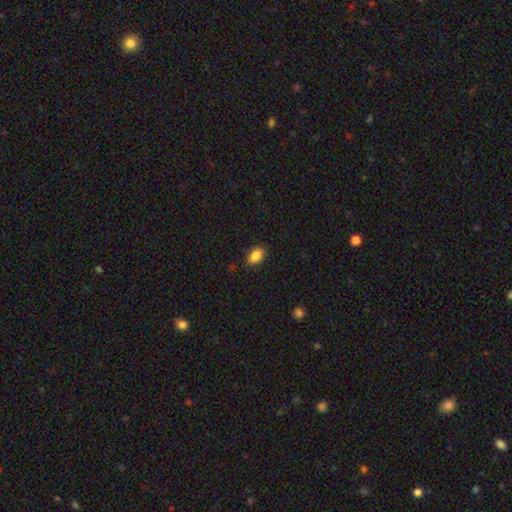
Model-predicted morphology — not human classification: smooth 87%, star or artifact 8%, featured or disk 5%. Down the decision tree: how rounded — in between (85%); merging — none (87%).